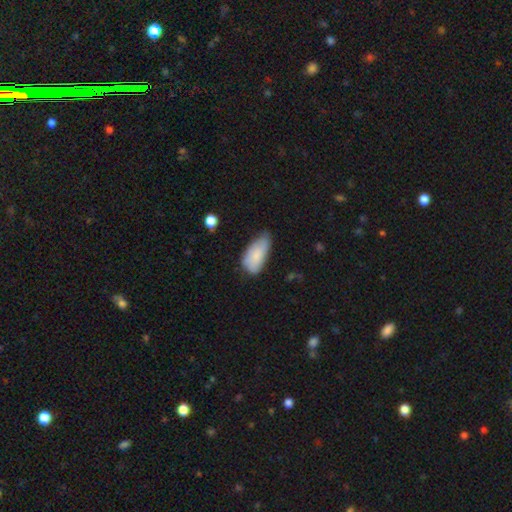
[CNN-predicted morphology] Smooth or featured: smooth — 81% (featured or disk — 13%)
How rounded: in between — 92% (cigar-shaped — 5%)
Merging: minor disturbance — 46% (none — 40%)